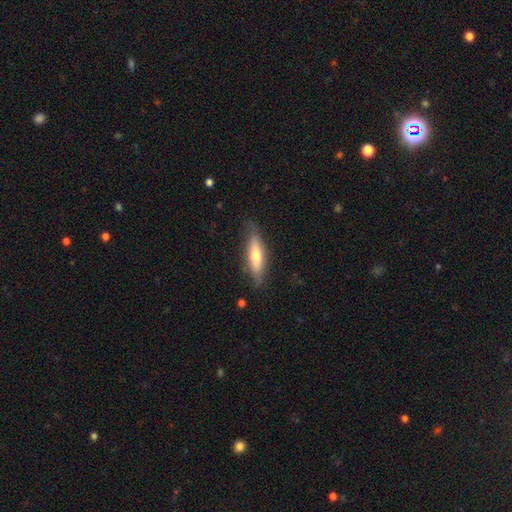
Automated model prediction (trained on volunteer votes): Smooth or featured? Predicted: smooth (p=0.58). How rounded? Predicted: cigar-shaped (p=0.66). Merging? Predicted: none (p=0.79).